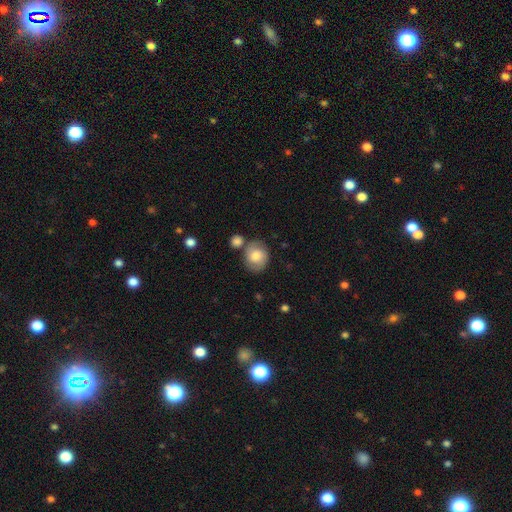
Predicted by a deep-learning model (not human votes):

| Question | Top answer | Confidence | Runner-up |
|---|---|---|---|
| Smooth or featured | smooth | 62% | featured or disk (30%) |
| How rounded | round | 65% | in between (34%) |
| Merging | none | 65% | minor disturbance (17%) |